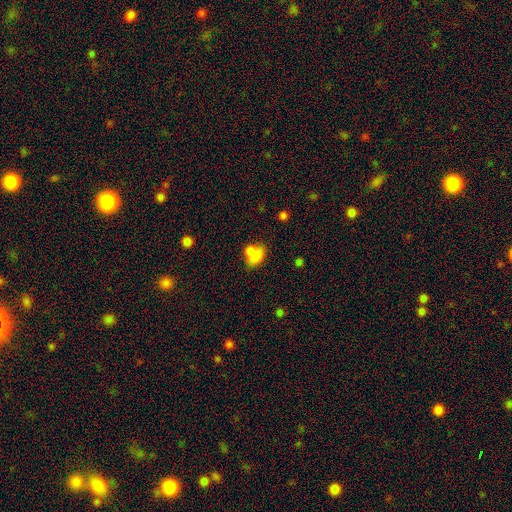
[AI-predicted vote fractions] Morphology: type=smooth (75%); roundness=in between (72%); merging=merger (47%).